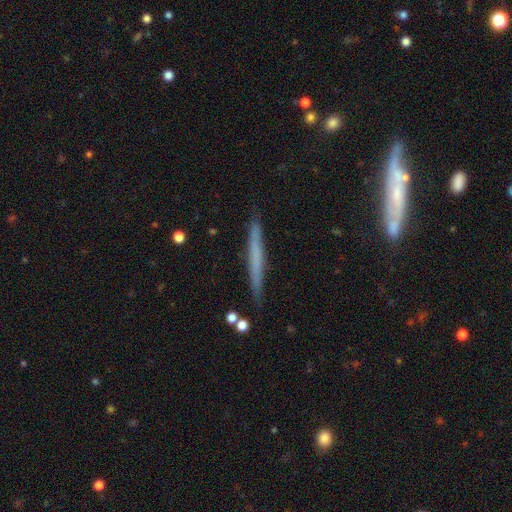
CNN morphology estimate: featured or disk 49%, smooth 44%, star or artifact 7%. Down the decision tree: merging — none (85%).